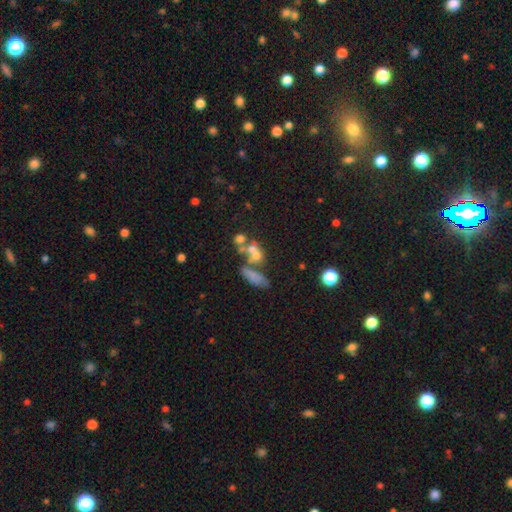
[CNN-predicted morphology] Overall: smooth (50%; featured or disk 30%). Merging: merger (45%; none 32%).